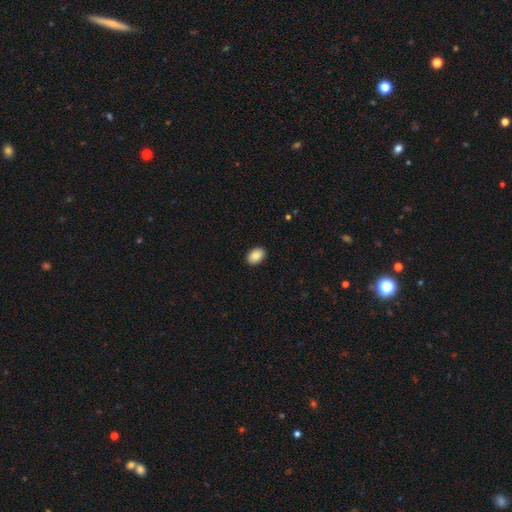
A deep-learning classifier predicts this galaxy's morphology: type=smooth (89%); roundness=in between (84%); merging=none (91%).